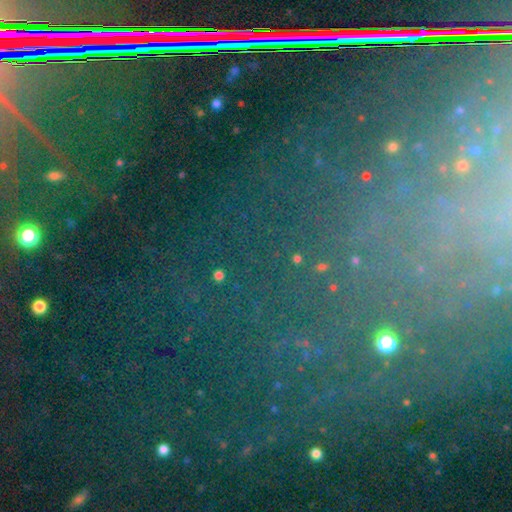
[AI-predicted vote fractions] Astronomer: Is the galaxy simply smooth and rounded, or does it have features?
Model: star or artifact — 76%.